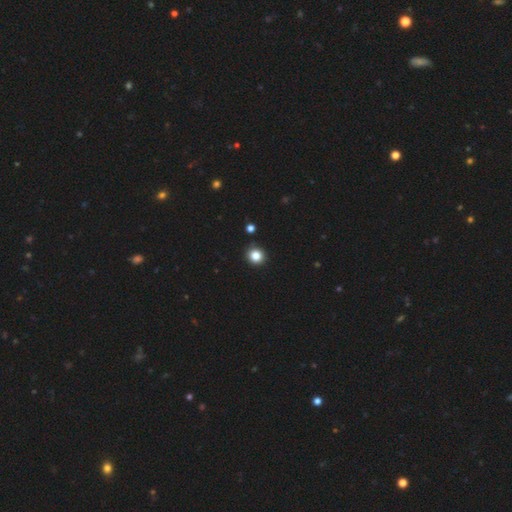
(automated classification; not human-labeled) smooth_or_featured: smooth (p=0.84) [alt: star or artifact p=0.12]
how_rounded: round (p=0.89) [alt: in between p=0.10]
merging: none (p=0.89) [alt: minor disturbance p=0.07]